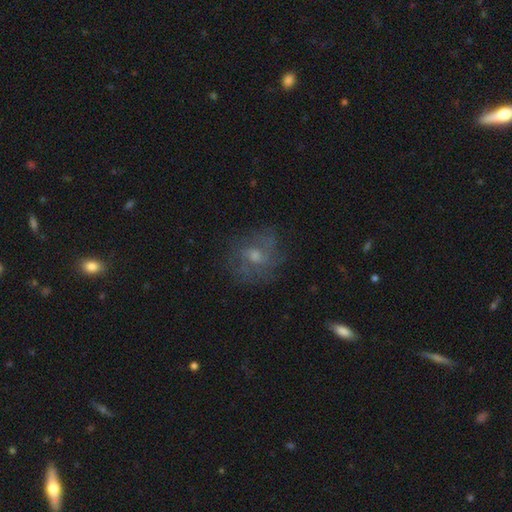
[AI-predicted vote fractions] smooth_or_featured: featured or disk (p=0.60) [alt: smooth p=0.27]
disk_edge_on: no (p=0.97) [alt: yes p=0.03]
bar: no (p=0.61) [alt: weak p=0.34]
has_spiral_arms: yes (p=0.75) [alt: no p=0.25]
bulge_size: moderate (p=0.53) [alt: small p=0.34]
merging: none (p=0.69) [alt: minor disturbance p=0.18]